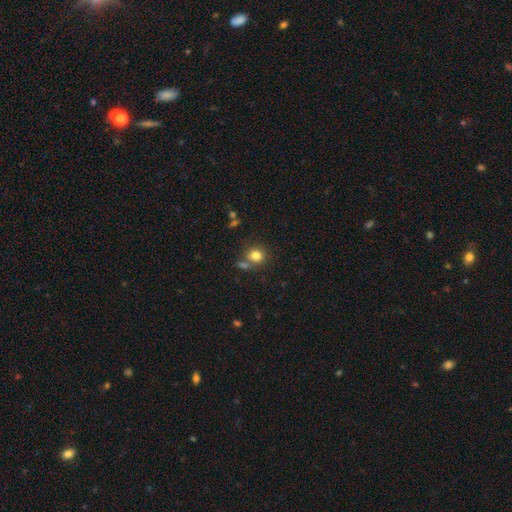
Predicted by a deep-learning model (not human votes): A smooth galaxy with no disk features (81%) that is round (82%). Merging: none (66%).